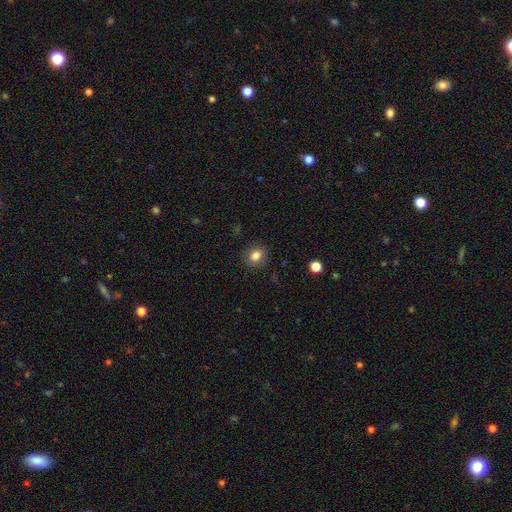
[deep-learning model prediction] A smooth galaxy with no disk features (83%) that is round (66%). Merging: none (87%).